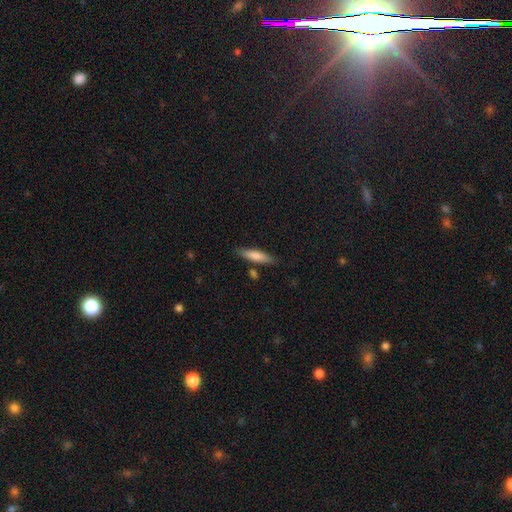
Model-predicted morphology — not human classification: A smooth galaxy with no disk features (74%) that is cigar-shaped (79%). Merging: none (82%).